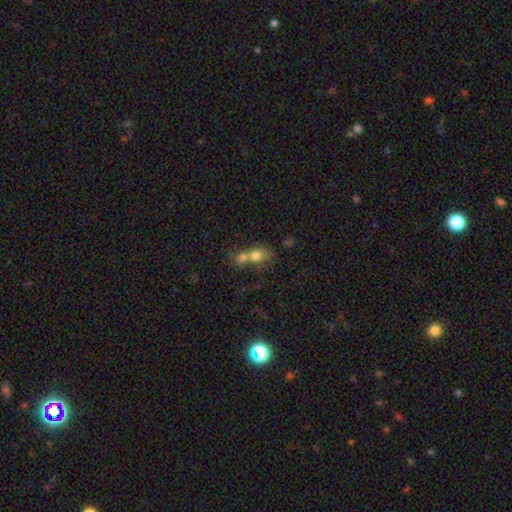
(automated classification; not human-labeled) Smooth or featured? Predicted: smooth (p=0.72). How rounded? Predicted: in between (p=0.49). Merging? Predicted: merger (p=0.72).